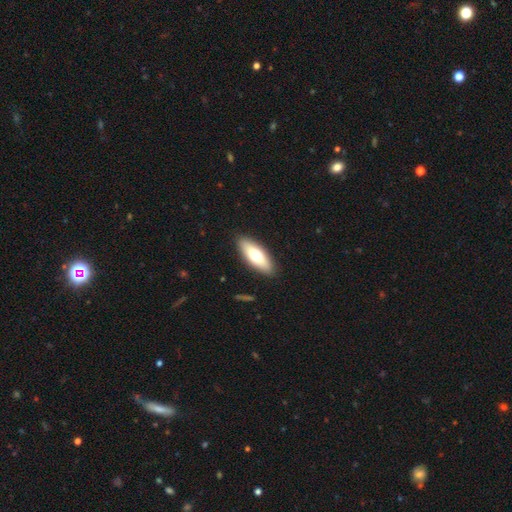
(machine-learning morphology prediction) This appears to be a smooth galaxy with no disk features (66%) that is in between round and cigar-shaped (68%). Merging: none (89%).